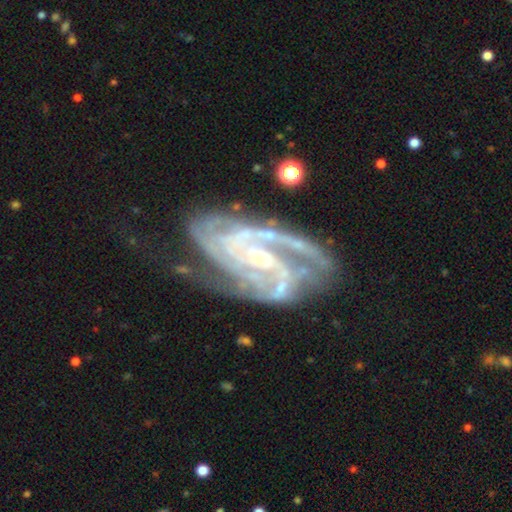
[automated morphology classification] smooth-or-featured: featured or disk: 91% | star or artifact: 5% | smooth: 3%
  disk-edge-on: no: 97% | yes: 3%
    bar: no: 41% | weak: 39% | strong: 20%
    has-spiral-arms: yes: 98% | no: 2%
      spiral-winding: tight: 57% | medium: 37% | loose: 6%
      spiral-arm-count: 3: 31% | 2: 26% | can't tell: 15% | 4: 14% | more than 4: 7% | 1: 7%
    bulge-size: small: 63% | moderate: 26% | none: 8% | large: 2% | dominant: 1%
  merging: none: 57% | minor disturbance: 24% | major disturbance: 16% | merger: 4%